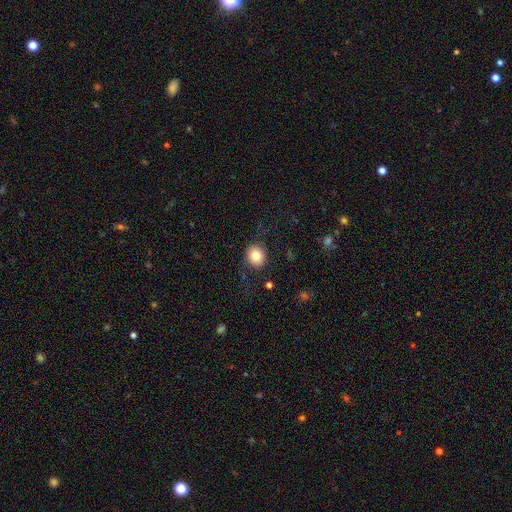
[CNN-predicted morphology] smooth-or-featured: smooth: 81% | star or artifact: 10% | featured or disk: 9%
  how-rounded: round: 72% | in between: 27% | cigar-shaped: 1%
  merging: none: 81% | minor disturbance: 12% | major disturbance: 6% | merger: 1%